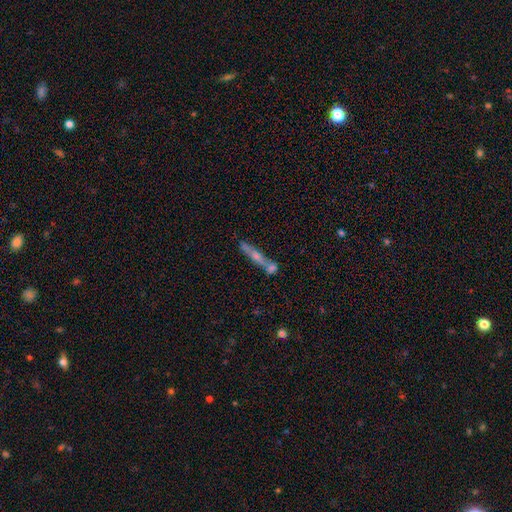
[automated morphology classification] Smooth or featured: featured or disk — 48% (smooth — 43%)
Merging: none — 47% (merger — 35%)